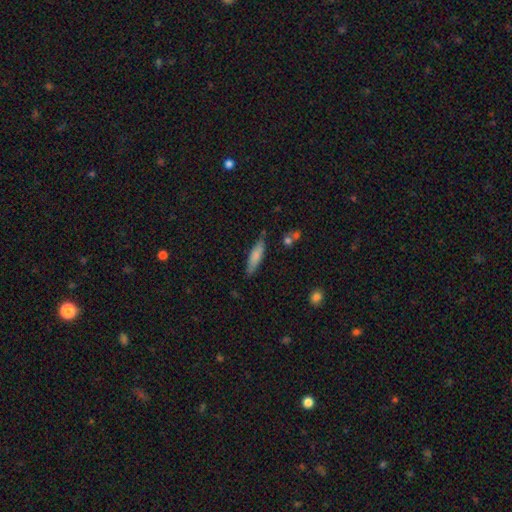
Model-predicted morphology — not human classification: A smooth galaxy with no disk features (76%) that is cigar-shaped (70%). Merging: none (80%).